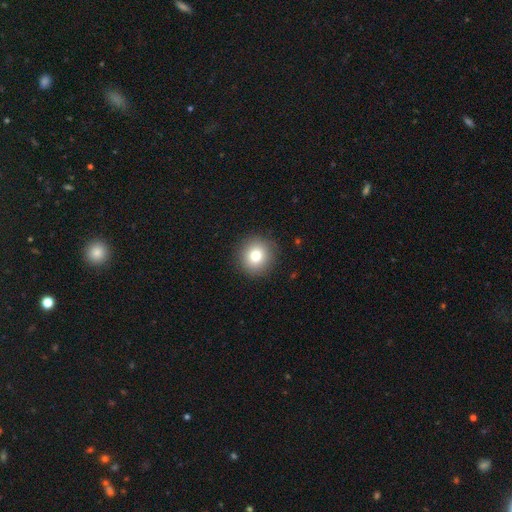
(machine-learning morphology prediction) smooth 79%, star or artifact 11%, featured or disk 10%. Down the decision tree: how rounded — round (92%); merging — none (91%).